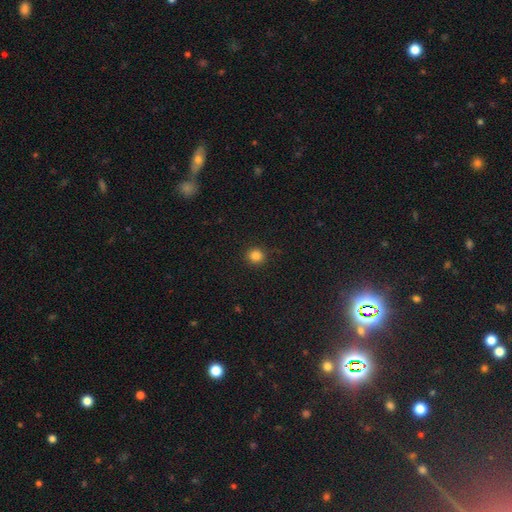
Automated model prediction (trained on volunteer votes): Overall: smooth (84%). How rounded: round (92%). Merging: none (90%).